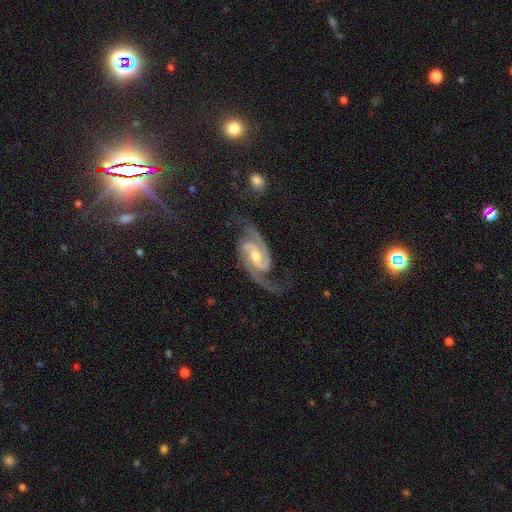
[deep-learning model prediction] The model was most divided on "bar": weak: 43%, no: 39%, strong: 18%. More confident: spiral arms — yes (99%); edge-on disk — no (97%); spiral arm count — 2 (94%); smooth or featured — featured or disk (92%); merging — none (75%); bulge size — moderate (63%); spiral winding — medium (56%).